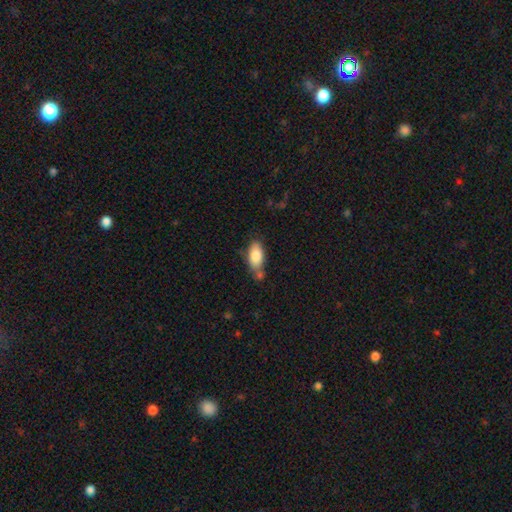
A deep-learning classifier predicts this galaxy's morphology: A smooth galaxy with no disk features (84%) that is in between round and cigar-shaped (89%). Merging: none (57%).